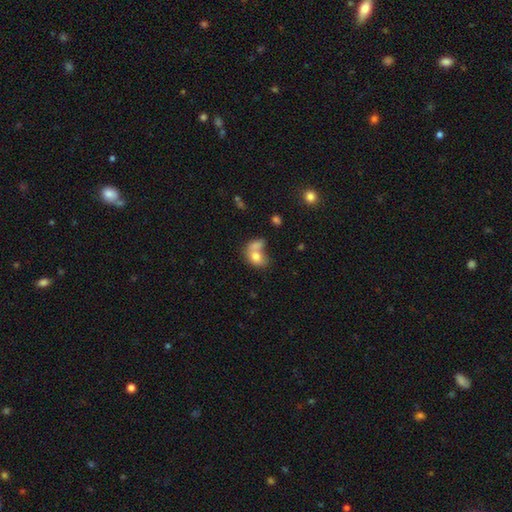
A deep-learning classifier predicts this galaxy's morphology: Smooth or featured? Predicted: smooth (p=0.75). How rounded? Predicted: in between (p=0.70). Merging? Predicted: merger (p=0.57).